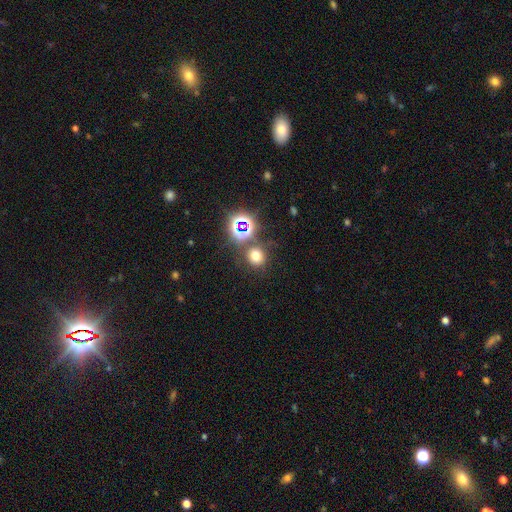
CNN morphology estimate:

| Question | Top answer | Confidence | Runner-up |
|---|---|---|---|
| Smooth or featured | smooth | 63% | star or artifact (28%) |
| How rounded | round | 85% | in between (14%) |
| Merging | none | 76% | merger (11%) |